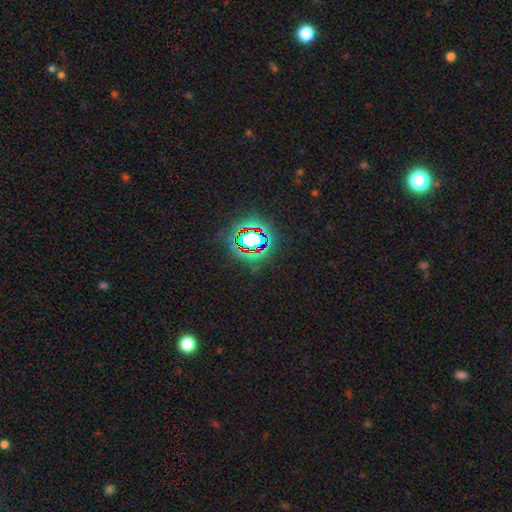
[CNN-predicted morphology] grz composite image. It shows a star or artifact, not a galaxy (81%).